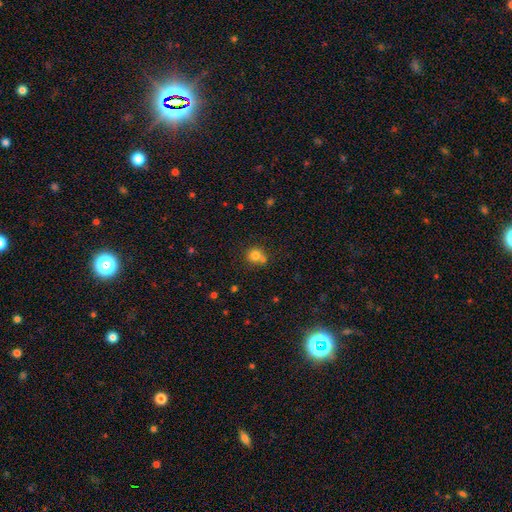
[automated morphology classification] This is likely a smooth galaxy (78%). How rounded: clearly round (88%). Merging: possibly none (57%).